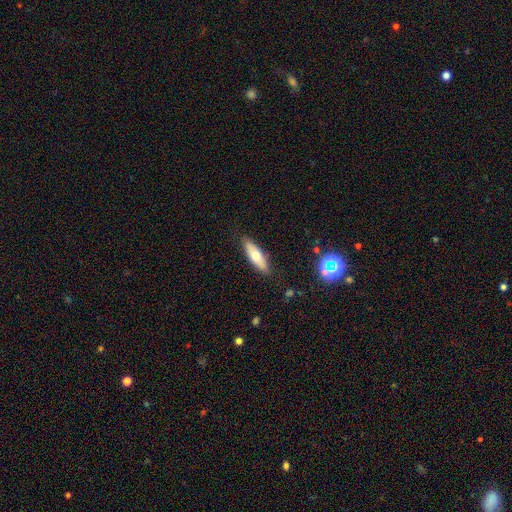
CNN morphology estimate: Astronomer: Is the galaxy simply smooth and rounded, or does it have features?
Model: smooth — 61%.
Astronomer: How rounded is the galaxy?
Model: in between — 51% (runner-up: cigar-shaped, 47%).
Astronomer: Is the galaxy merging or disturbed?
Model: none — 86%.